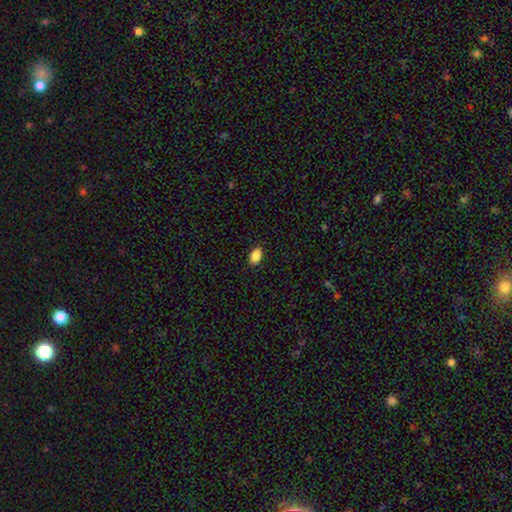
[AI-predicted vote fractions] Q: Smooth or featured?
A: smooth (88%); runner-up: star or artifact (8%)
Q: How rounded?
A: in between (90%); runner-up: round (9%)
Q: Merging?
A: none (88%); runner-up: minor disturbance (9%)